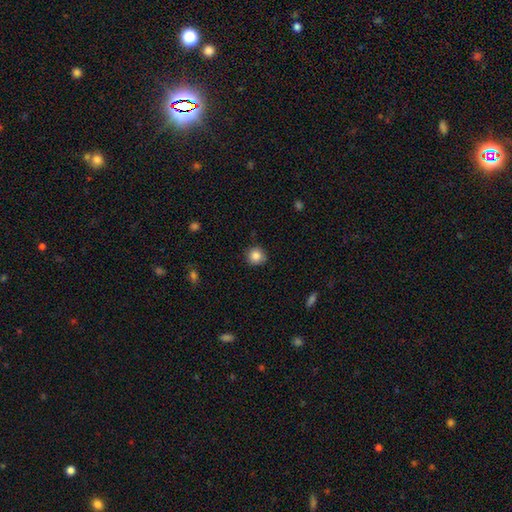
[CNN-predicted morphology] Q: Smooth or featured?
A: smooth (85%); runner-up: star or artifact (10%)
Q: How rounded?
A: round (92%); runner-up: in between (7%)
Q: Merging?
A: none (83%); runner-up: minor disturbance (13%)